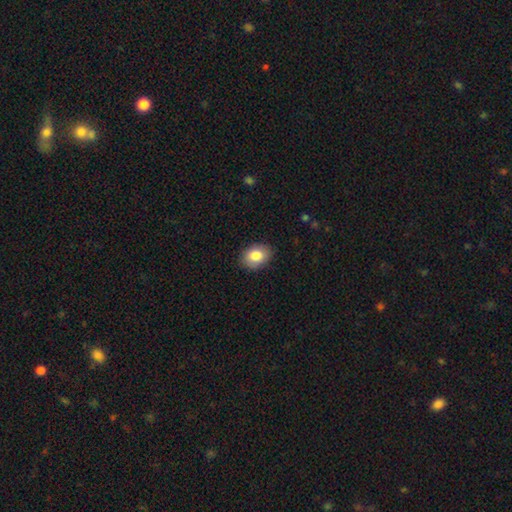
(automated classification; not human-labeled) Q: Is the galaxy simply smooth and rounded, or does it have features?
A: smooth — 84%.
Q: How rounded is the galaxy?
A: in between — 76%.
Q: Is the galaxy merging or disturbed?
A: none — 87%.